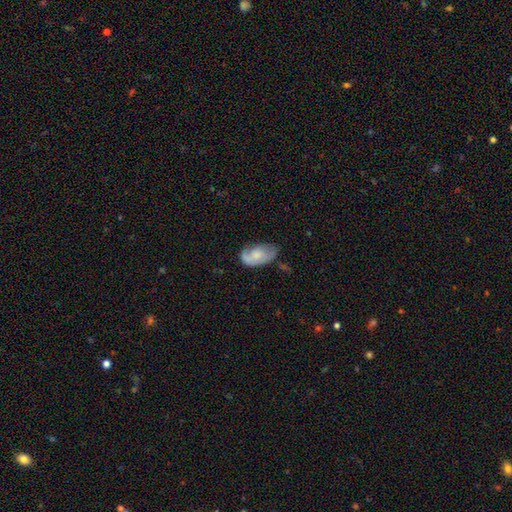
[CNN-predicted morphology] smooth 50%, featured or disk 43%, star or artifact 7%. Down the decision tree: merging — none (47%).